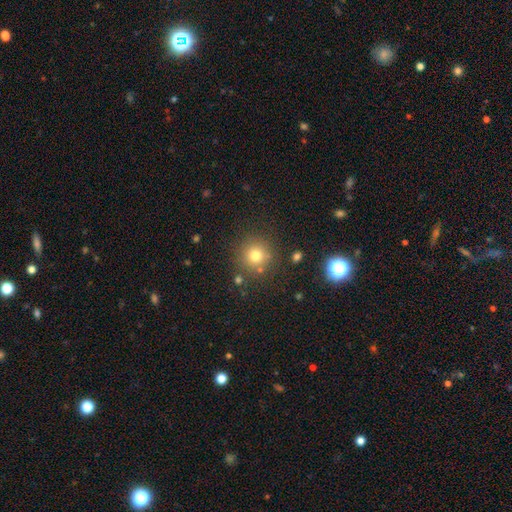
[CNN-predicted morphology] The model was most divided on "smooth or featured": smooth: 76%, star or artifact: 15%, featured or disk: 9%. More confident: how rounded — round (94%); merging — none (82%).